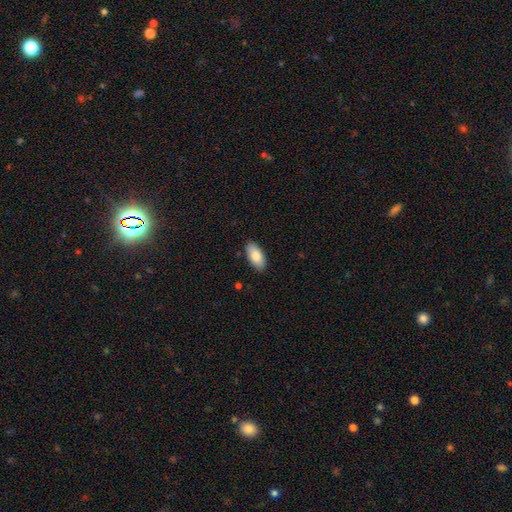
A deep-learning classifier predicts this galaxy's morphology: smooth-or-featured: smooth: 83% | featured or disk: 10% | star or artifact: 6%
  how-rounded: in between: 92% | cigar-shaped: 6% | round: 2%
  merging: none: 88% | minor disturbance: 9% | major disturbance: 2% | merger: 1%